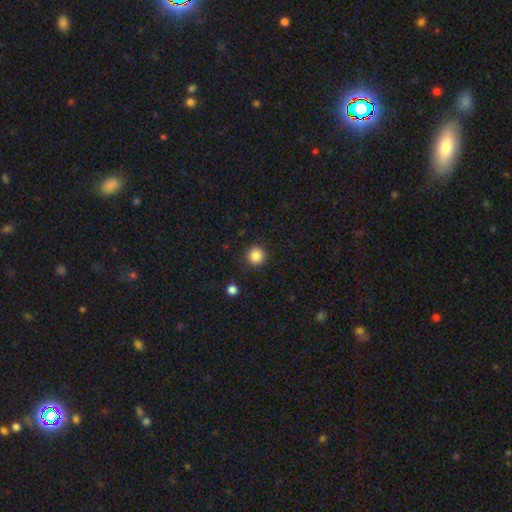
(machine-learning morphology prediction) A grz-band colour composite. It shows a smooth galaxy with no disk features (86%) that is round (95%). Merging: none (91%).